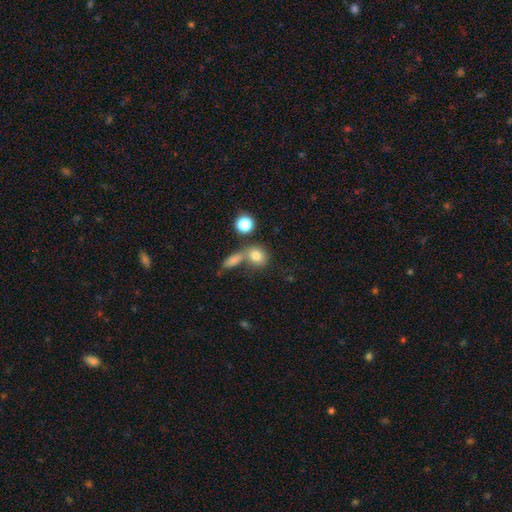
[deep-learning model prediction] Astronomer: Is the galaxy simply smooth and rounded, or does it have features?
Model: smooth — 80%.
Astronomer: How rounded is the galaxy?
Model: round — 63%.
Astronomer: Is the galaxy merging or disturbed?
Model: none — 49% (runner-up: merger, 35%).